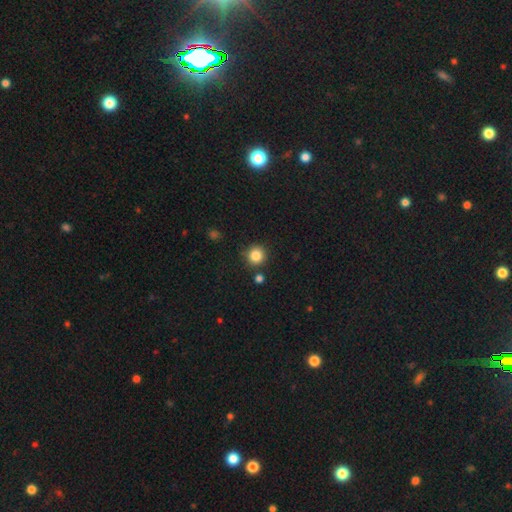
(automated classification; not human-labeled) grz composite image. It shows a smooth galaxy with no disk features (85%) that is round (93%). Merging: none (85%).